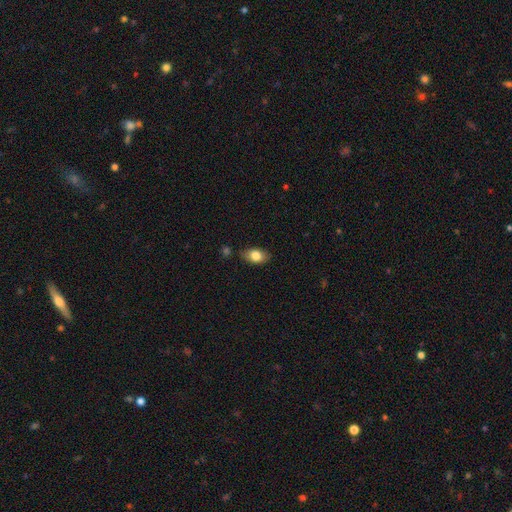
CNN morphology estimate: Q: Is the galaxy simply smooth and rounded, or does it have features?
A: smooth — 81%.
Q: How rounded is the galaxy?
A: in between — 86%.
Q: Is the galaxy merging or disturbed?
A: none — 79%.